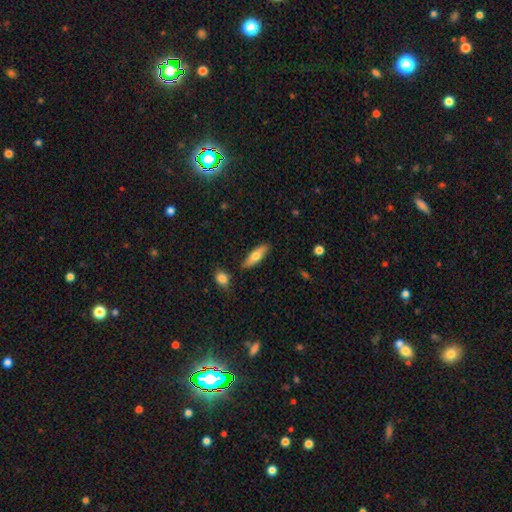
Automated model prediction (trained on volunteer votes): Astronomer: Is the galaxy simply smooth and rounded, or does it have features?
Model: smooth — 65%.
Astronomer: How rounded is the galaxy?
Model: cigar-shaped — 51% (runner-up: in between, 46%).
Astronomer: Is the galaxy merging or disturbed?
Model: none — 83%.